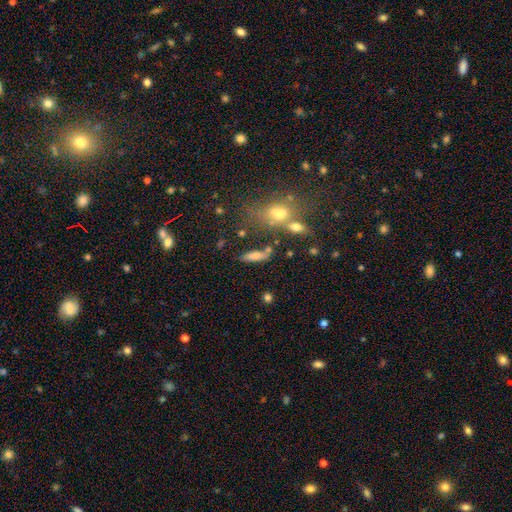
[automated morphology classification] The model was most divided on "how rounded": cigar-shaped: 53%, in between: 43%, round: 4%. More confident: smooth or featured — smooth (69%); merging — none (59%).